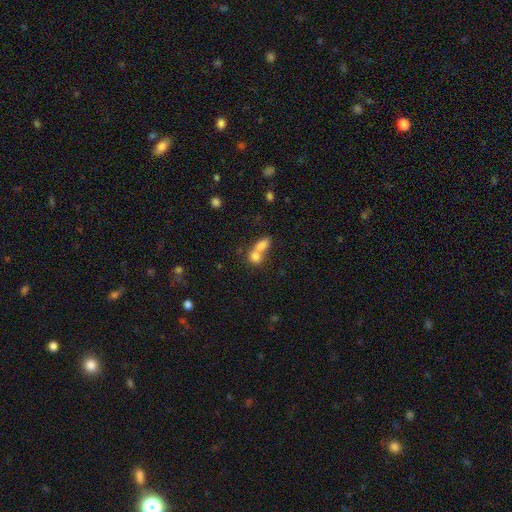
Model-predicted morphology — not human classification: type=smooth (76%); roundness=in between (58%); merging=merger (71%).